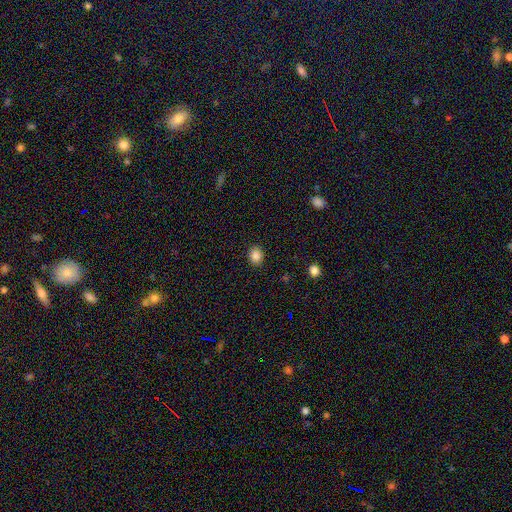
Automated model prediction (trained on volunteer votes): Smooth or featured? smooth (86%)
How rounded? round (64%)
Merging? none (89%)